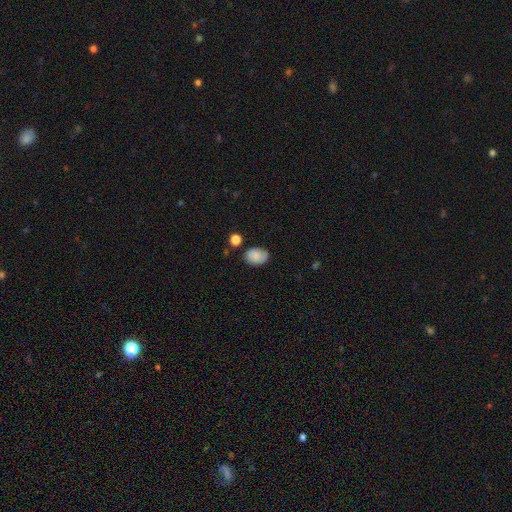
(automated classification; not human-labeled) Overall: smooth (84%). How rounded: in between (74%). Merging: none (72%).